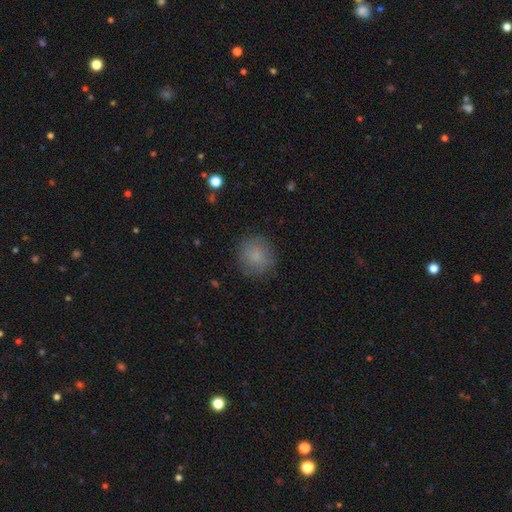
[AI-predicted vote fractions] This is clearly a smooth galaxy (81%). How rounded: clearly round (89%). Merging: clearly none (84%).